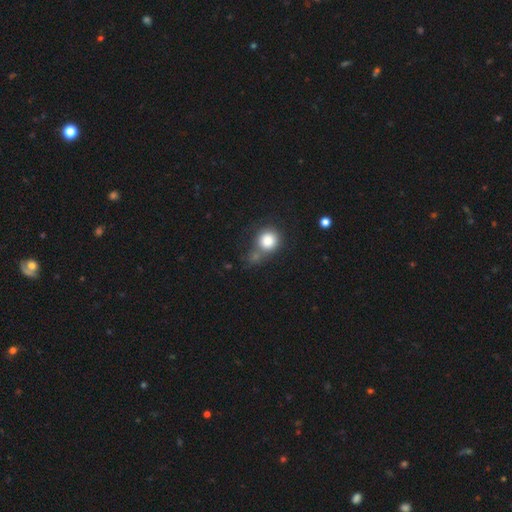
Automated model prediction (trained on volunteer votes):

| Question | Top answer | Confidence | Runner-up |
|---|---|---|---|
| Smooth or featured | smooth | 79% | star or artifact (15%) |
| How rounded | round | 88% | in between (10%) |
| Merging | none | 59% | merger (18%) |